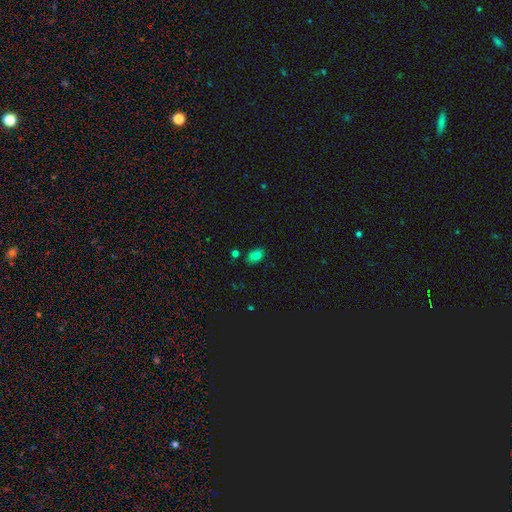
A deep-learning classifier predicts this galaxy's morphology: type=smooth (78%); roundness=in between (89%); merging=none (78%).